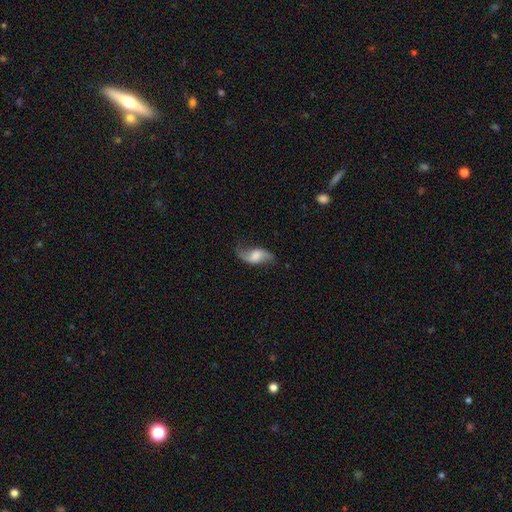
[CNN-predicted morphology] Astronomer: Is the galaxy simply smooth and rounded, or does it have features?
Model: featured or disk — 70%.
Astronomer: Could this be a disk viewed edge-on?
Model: no — 94%.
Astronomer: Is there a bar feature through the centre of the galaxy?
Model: no — 44% (runner-up: weak, 41%).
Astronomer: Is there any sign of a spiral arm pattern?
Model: yes — 92%.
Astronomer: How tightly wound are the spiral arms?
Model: loose — 84%.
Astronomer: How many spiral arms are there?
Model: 2 — 91%.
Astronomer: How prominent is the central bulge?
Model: moderate — 32% (runner-up: large, 28%).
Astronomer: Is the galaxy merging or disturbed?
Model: none — 70%.